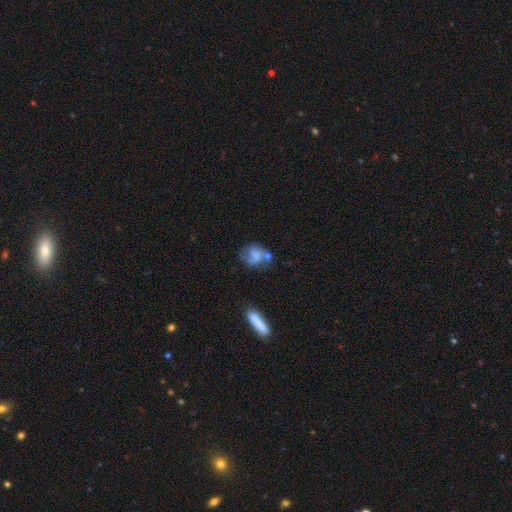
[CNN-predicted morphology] type=smooth (53%); roundness=in between (51%); merging=none (42%).